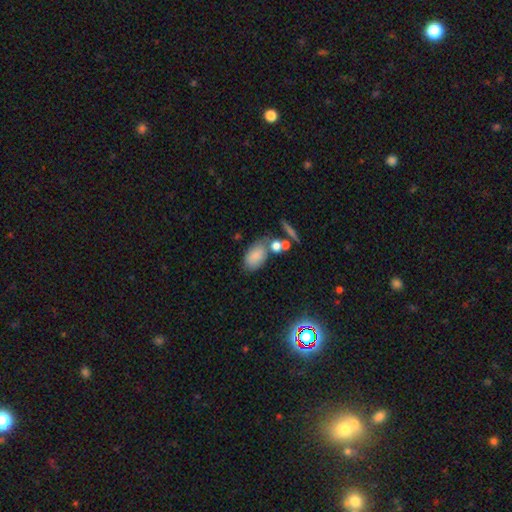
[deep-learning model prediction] smooth-or-featured: smooth: 79% | featured or disk: 12% | star or artifact: 9%
  how-rounded: in between: 91% | round: 7% | cigar-shaped: 2%
  merging: none: 54% | merger: 21% | minor disturbance: 18% | major disturbance: 7%